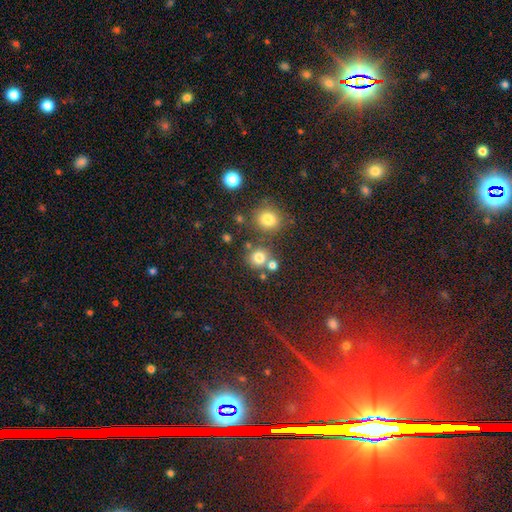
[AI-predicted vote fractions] Smooth or featured: smooth — 76% (star or artifact — 17%)
How rounded: round — 86% (in between — 13%)
Merging: none — 67% (merger — 20%)